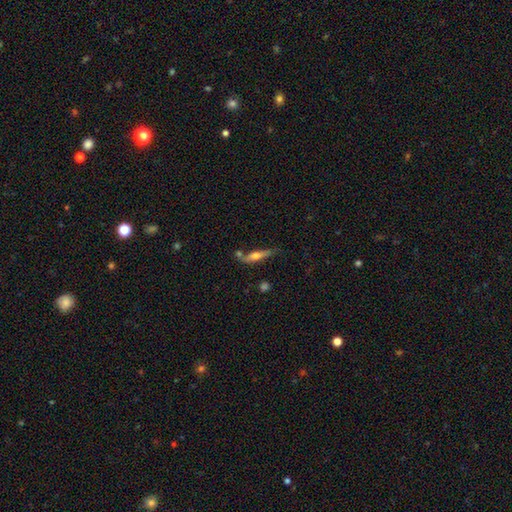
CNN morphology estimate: A smooth galaxy with no disk features (47%). Merging: none (58%).